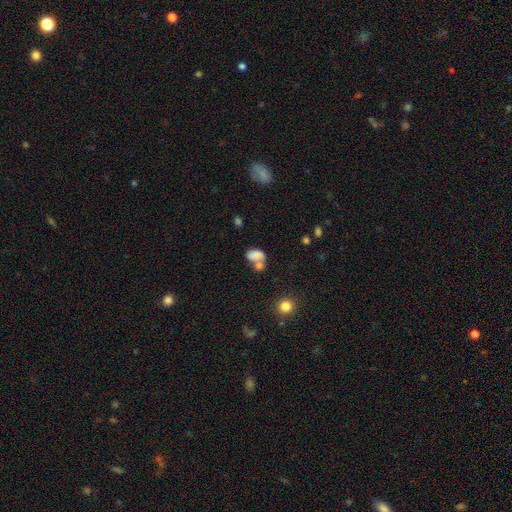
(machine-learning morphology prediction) A smooth galaxy with no disk features (77%) that is in between round and cigar-shaped (86%). Merging: merger (50%).